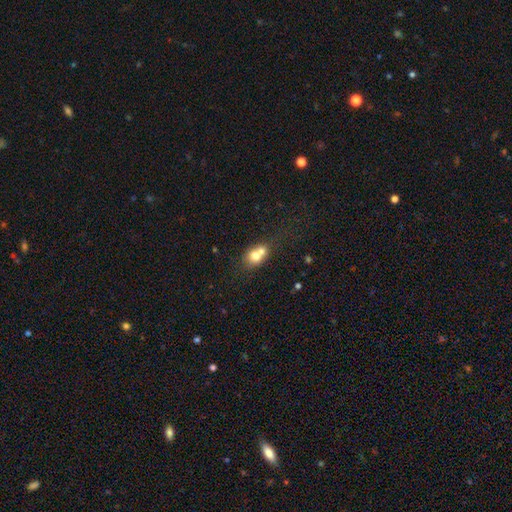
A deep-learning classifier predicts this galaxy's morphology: Smooth or featured? smooth (69%)
How rounded? round (55%)
Merging? merger (63%)